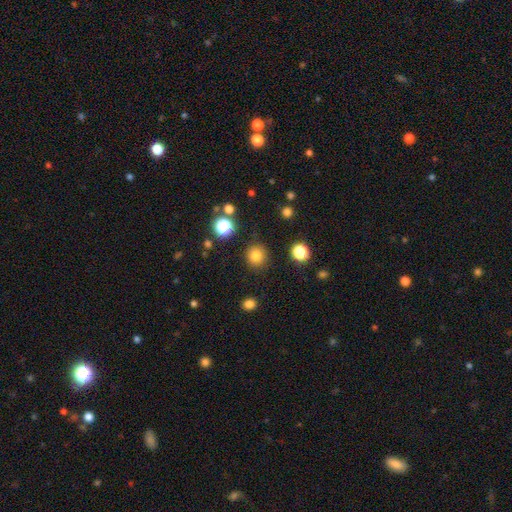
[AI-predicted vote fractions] Q: Smooth or featured?
A: smooth (80%); runner-up: star or artifact (14%)
Q: How rounded?
A: round (92%); runner-up: in between (8%)
Q: Merging?
A: none (87%); runner-up: minor disturbance (8%)